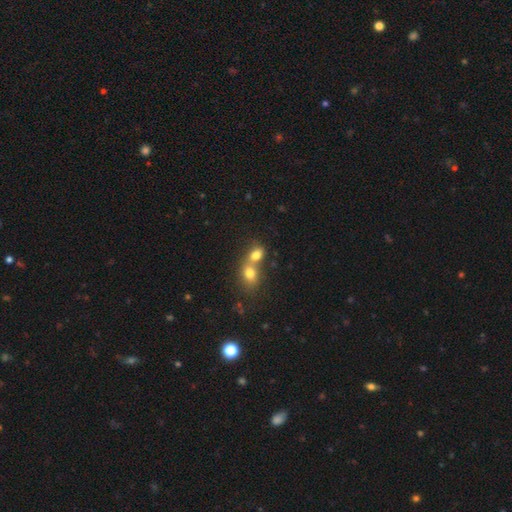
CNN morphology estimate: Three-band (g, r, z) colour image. It shows a smooth galaxy with no disk features (77%) that is in between round and cigar-shaped (59%). Merging: merger (69%).